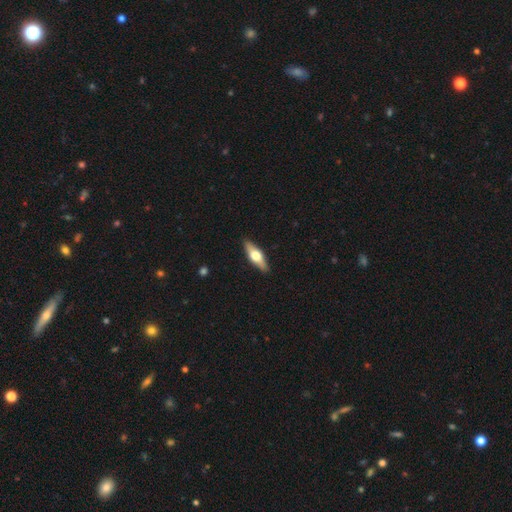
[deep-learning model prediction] This appears to be a featured or disk galaxy (55%) viewed edge-on (92%) with a rounded central bulge (95%). Merging: none (90%).